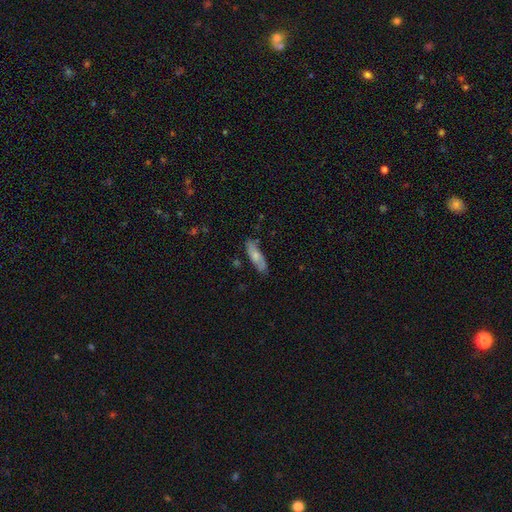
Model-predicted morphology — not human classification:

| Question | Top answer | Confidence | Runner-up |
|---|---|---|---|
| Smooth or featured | smooth | 67% | featured or disk (27%) |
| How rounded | cigar-shaped | 52% | in between (46%) |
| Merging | none | 78% | minor disturbance (17%) |